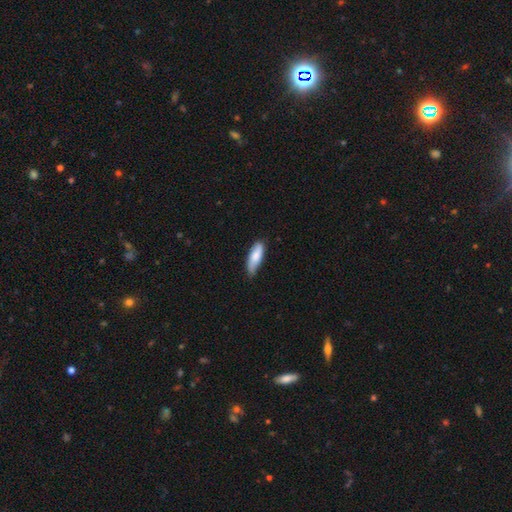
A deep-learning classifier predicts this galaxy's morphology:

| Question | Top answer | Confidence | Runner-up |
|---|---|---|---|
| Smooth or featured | smooth | 82% | featured or disk (13%) |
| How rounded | in between | 58% | cigar-shaped (40%) |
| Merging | none | 73% | minor disturbance (23%) |